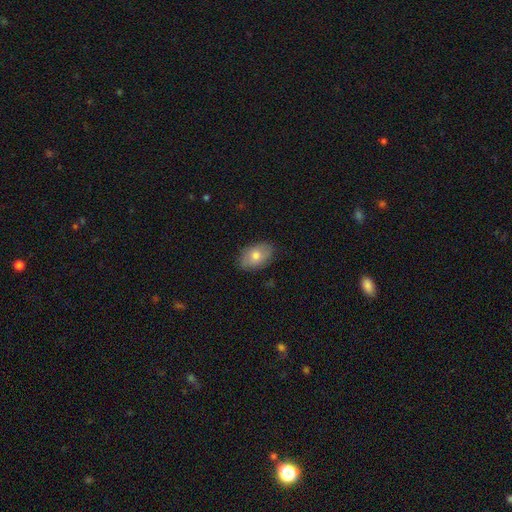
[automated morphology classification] smooth-or-featured: smooth: 76% | featured or disk: 17% | star or artifact: 7%
  how-rounded: in between: 88% | round: 11% | cigar-shaped: 1%
  merging: none: 85% | minor disturbance: 12% | major disturbance: 2% | merger: 1%